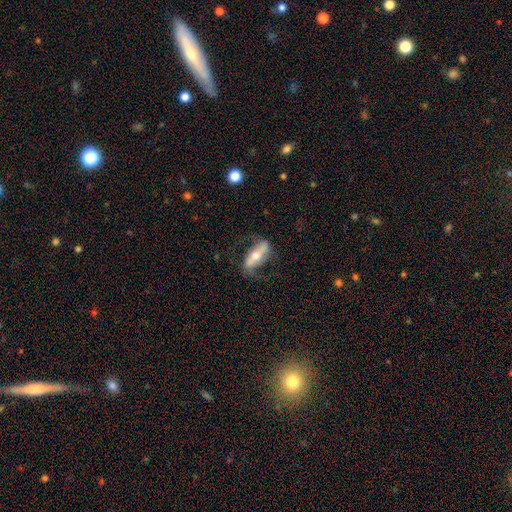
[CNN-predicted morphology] A featured or disk galaxy (66%) with a strong bar (53%), spiral arms (78%) and a moderate central bulge (64%). Merging: none (70%).